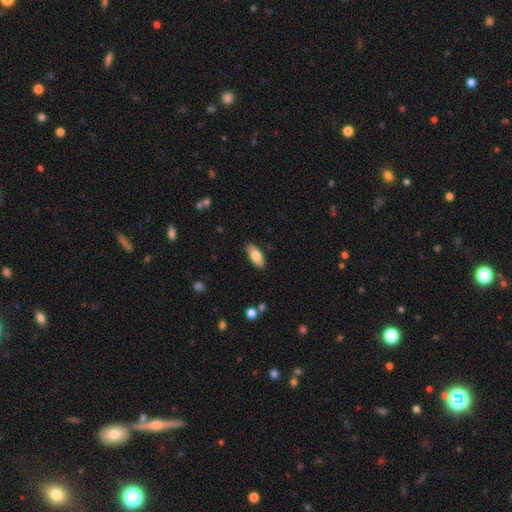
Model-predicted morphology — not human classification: The model was most divided on "smooth or featured": smooth: 78%, featured or disk: 15%, star or artifact: 6%. More confident: merging — none (87%); how rounded — in between (82%).